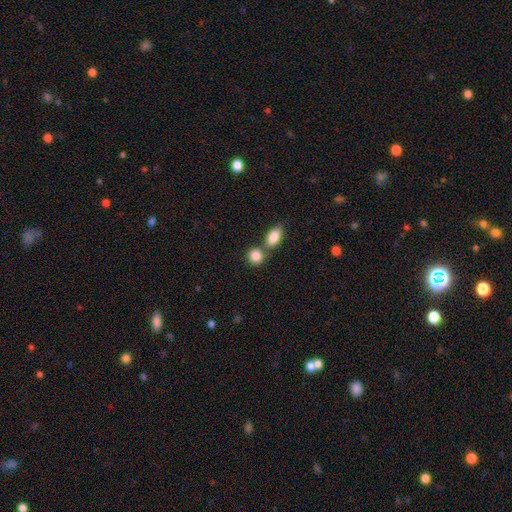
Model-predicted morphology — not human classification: This is clearly a smooth galaxy (86%). How rounded: likely round (70%). Merging: possibly none (53%).